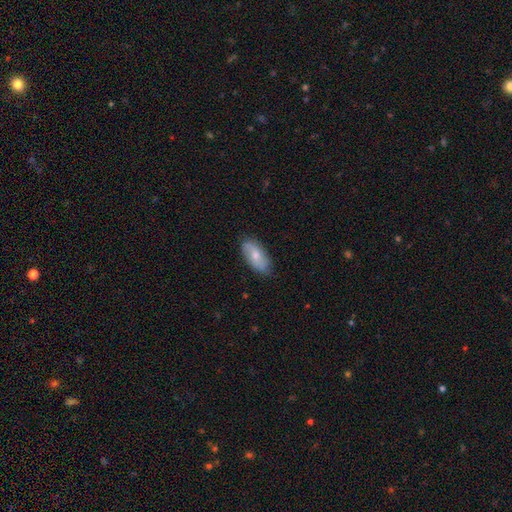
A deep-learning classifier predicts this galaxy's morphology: Smooth or featured? smooth (62%)
How rounded? in between (89%)
Merging? none (80%)